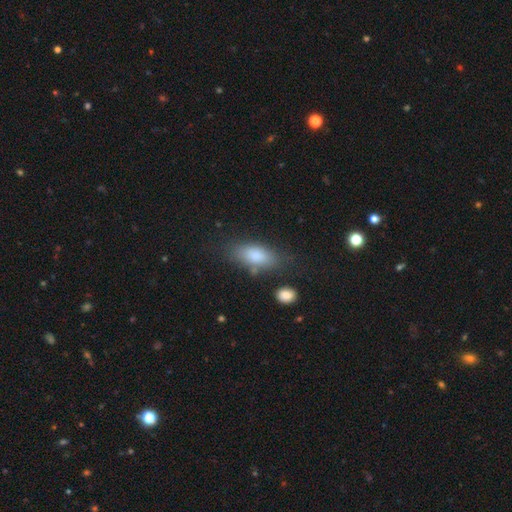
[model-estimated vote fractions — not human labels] Smooth or featured? smooth (82%)
How rounded? in between (86%)
Merging? none (65%)